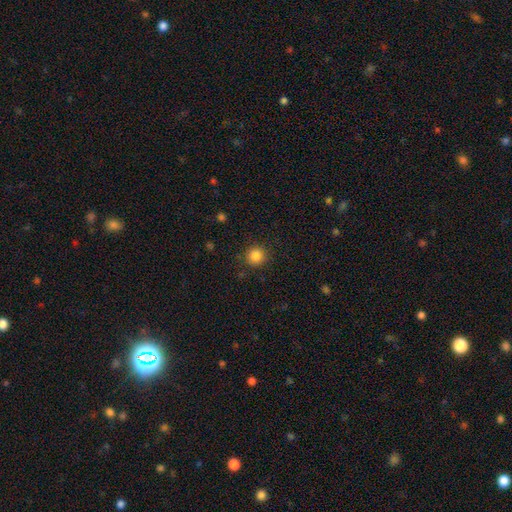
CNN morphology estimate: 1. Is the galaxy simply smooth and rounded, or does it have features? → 85% smooth, 11% star or artifact, 4% featured or disk.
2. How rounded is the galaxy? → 93% round, 6% in between, 1% cigar-shaped.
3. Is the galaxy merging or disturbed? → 89% none, 7% minor disturbance, 3% major disturbance, 1% merger.